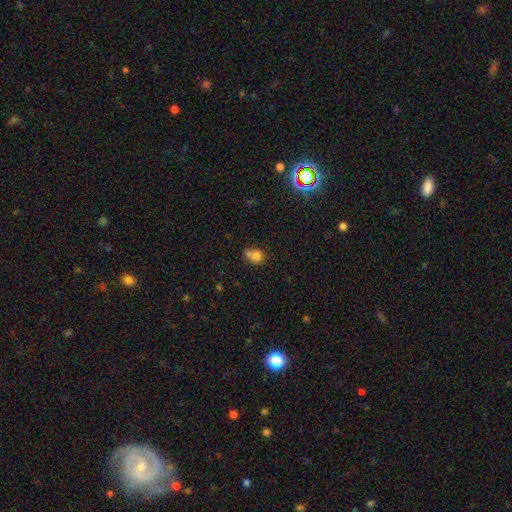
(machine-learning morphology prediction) smooth_or_featured: smooth (p=0.77) [alt: star or artifact p=0.12]
how_rounded: in between (p=0.61) [alt: round p=0.37]
merging: none (p=0.37) [alt: minor disturbance p=0.32]